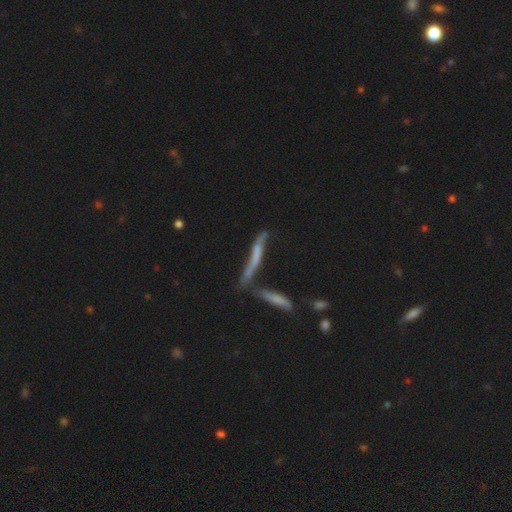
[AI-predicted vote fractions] smooth-or-featured: featured or disk: 51% | smooth: 38% | star or artifact: 11%
  disk-edge-on: yes: 72% | no: 28%
  merging: none: 40% | merger: 34% | minor disturbance: 16% | major disturbance: 10%